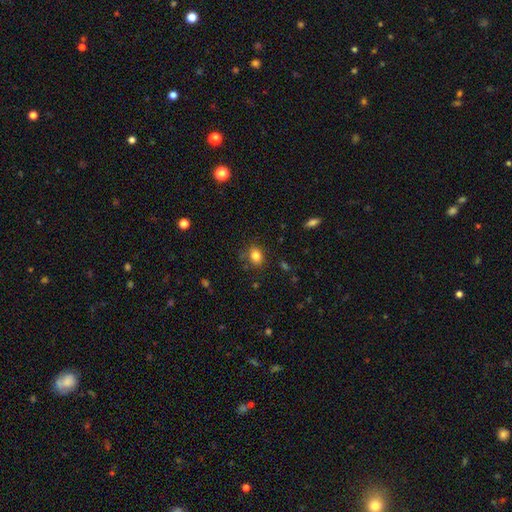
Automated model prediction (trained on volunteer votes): This is clearly a smooth galaxy (82%). How rounded: possibly round (51%). Merging: likely none (79%).